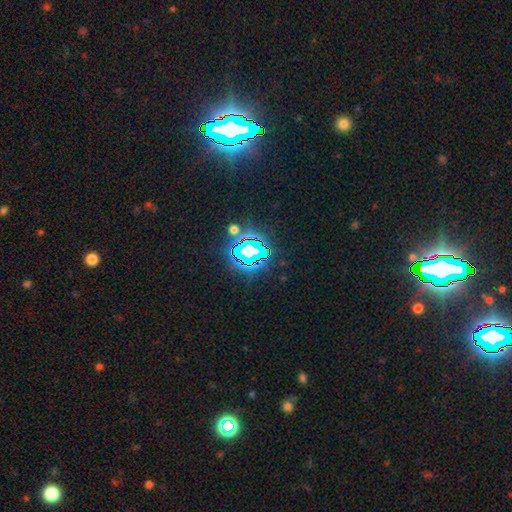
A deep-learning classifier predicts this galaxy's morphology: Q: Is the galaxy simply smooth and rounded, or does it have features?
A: star or artifact — 84%.